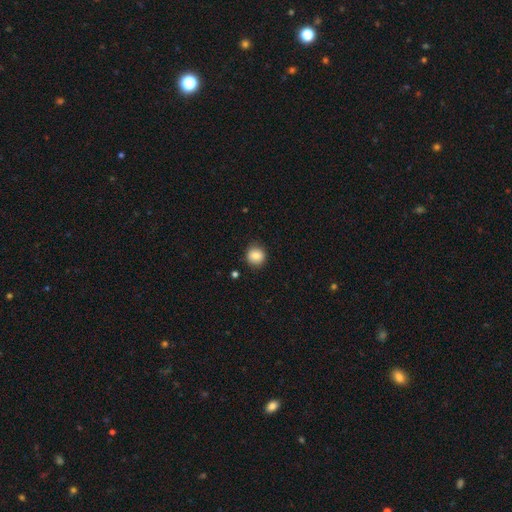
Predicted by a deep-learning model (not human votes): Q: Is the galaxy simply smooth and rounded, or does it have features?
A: smooth — 84%.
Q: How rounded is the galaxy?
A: round — 91%.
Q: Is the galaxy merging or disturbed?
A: none — 88%.